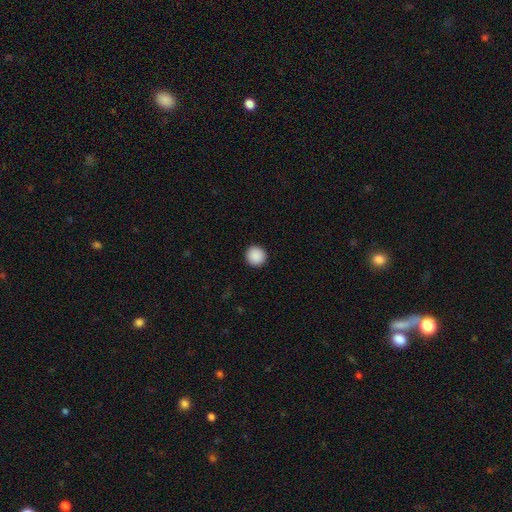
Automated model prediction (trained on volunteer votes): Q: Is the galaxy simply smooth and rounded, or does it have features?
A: smooth — 90%.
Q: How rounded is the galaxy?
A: round — 95%.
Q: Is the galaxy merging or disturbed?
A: none — 93%.